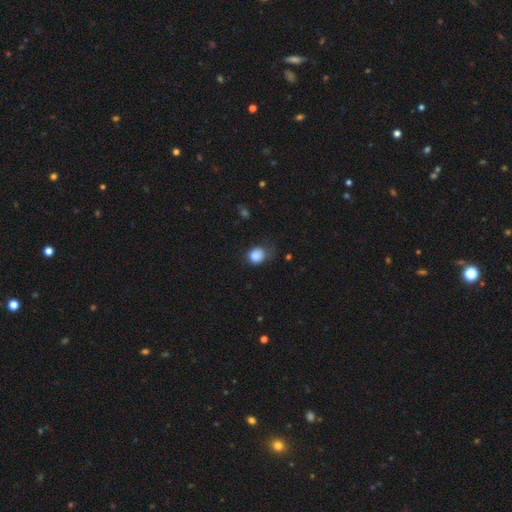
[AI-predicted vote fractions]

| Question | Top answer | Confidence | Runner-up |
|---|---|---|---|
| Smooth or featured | smooth | 84% | star or artifact (10%) |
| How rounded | round | 68% | in between (31%) |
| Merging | none | 51% | minor disturbance (33%) |